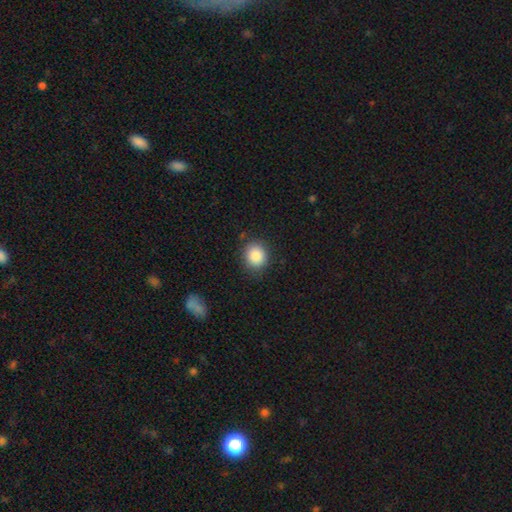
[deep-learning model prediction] Smooth or featured: smooth — 86% (star or artifact — 9%)
How rounded: round — 76% (in between — 23%)
Merging: none — 85% (minor disturbance — 11%)